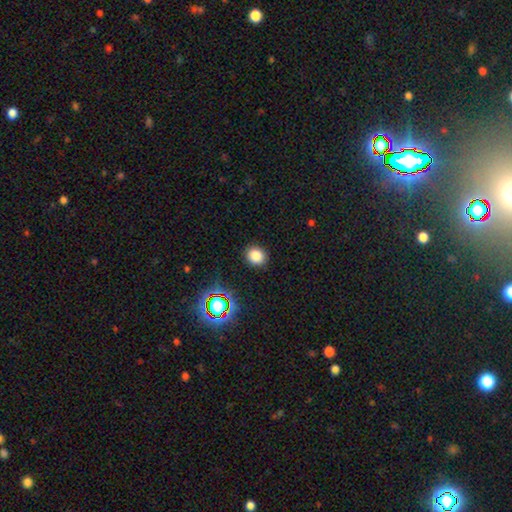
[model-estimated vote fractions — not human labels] Smooth or featured? Predicted: smooth (p=0.81). How rounded? Predicted: round (p=0.77). Merging? Predicted: none (p=0.89).